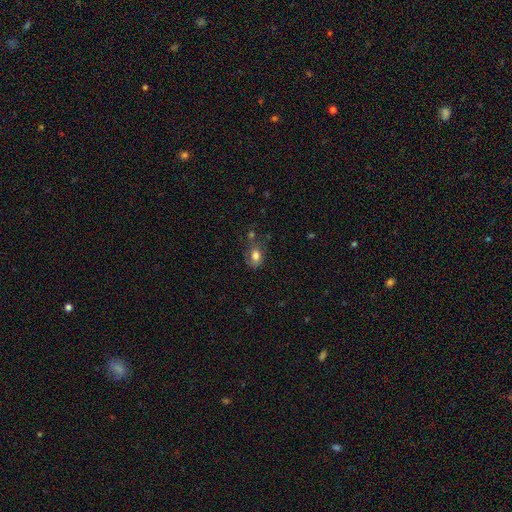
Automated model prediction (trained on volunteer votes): Smooth or featured: smooth — 76% (featured or disk — 14%)
How rounded: in between — 72% (round — 26%)
Merging: none — 54% (minor disturbance — 25%)